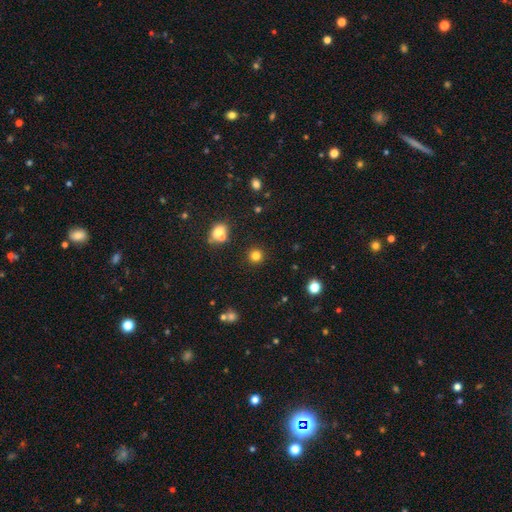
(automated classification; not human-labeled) Smooth or featured?
  - smooth: 80% *
  - star or artifact: 14%
  - featured or disk: 6%
How rounded?
  - round: 93% *
  - in between: 6%
  - cigar-shaped: 1%
Merging?
  - none: 87% *
  - minor disturbance: 6%
  - merger: 5%
  - major disturbance: 2%